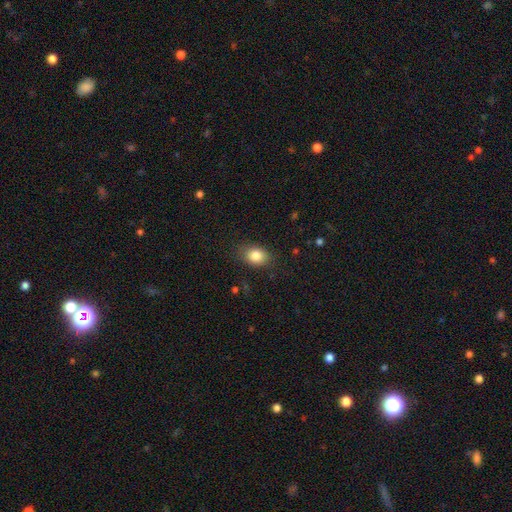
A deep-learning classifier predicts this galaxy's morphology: Smooth or featured: smooth — 83% (star or artifact — 9%)
How rounded: in between — 68% (round — 31%)
Merging: none — 82% (minor disturbance — 13%)